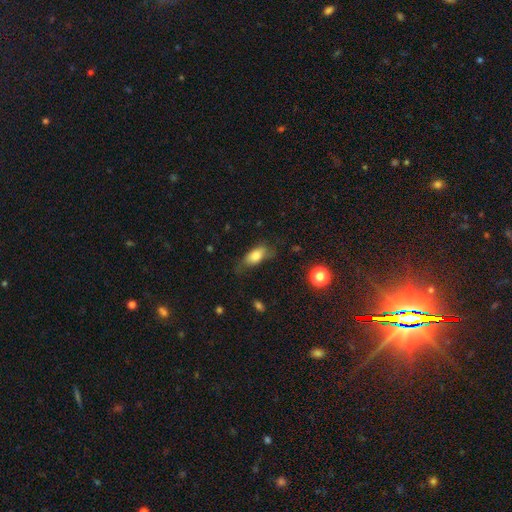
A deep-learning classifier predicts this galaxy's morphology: This is likely a smooth galaxy (76%). How rounded: clearly in between (84%). Merging: possibly none (58%).